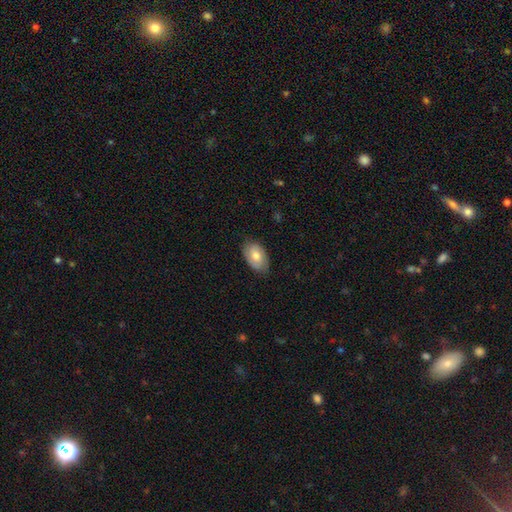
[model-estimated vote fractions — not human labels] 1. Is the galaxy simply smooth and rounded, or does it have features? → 67% smooth, 27% featured or disk, 6% star or artifact.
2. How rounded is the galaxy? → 92% in between, 7% round, 1% cigar-shaped.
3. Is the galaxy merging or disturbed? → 77% none, 18% minor disturbance, 3% major disturbance, 1% merger.